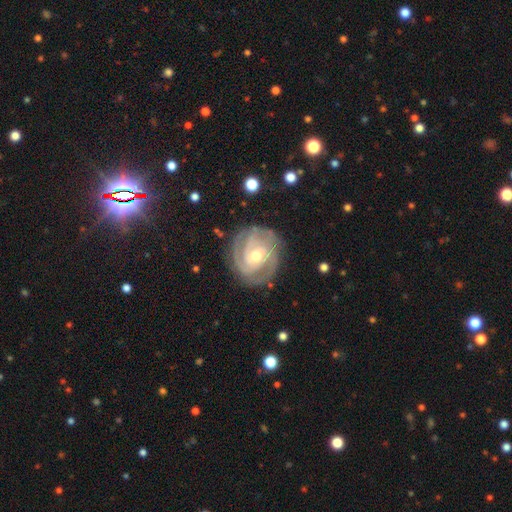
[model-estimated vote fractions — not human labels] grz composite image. It shows a featured or disk galaxy (88%) with no bar (47%), 3 (36%) tight (70%) spiral arms (97%) and a moderate central bulge (61%). Merging: none (80%).